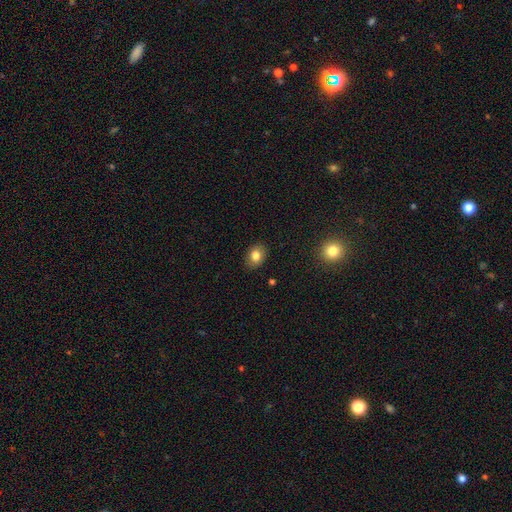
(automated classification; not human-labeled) Smooth or featured? Predicted: smooth (p=0.81). How rounded? Predicted: in between (p=0.62). Merging? Predicted: none (p=0.87).